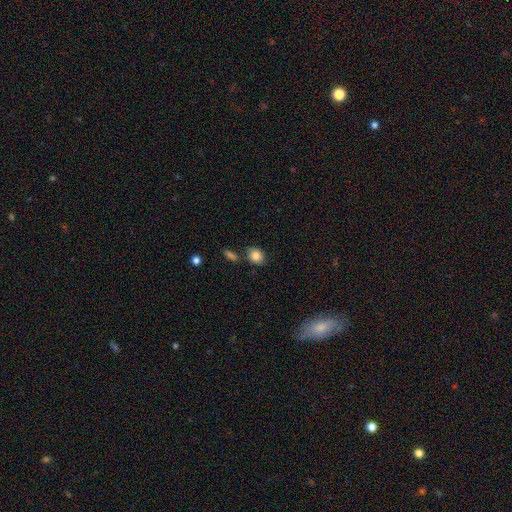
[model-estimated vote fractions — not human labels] The model was most divided on "how rounded": round: 55%, in between: 44%, cigar-shaped: 1%. More confident: smooth or featured — smooth (85%); merging — none (75%).